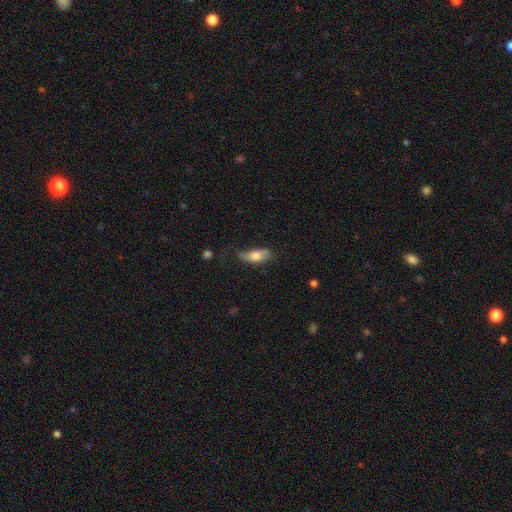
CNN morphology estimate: smooth 74%, featured or disk 19%, star or artifact 6%. Down the decision tree: how rounded — in between (77%); merging — none (53%).